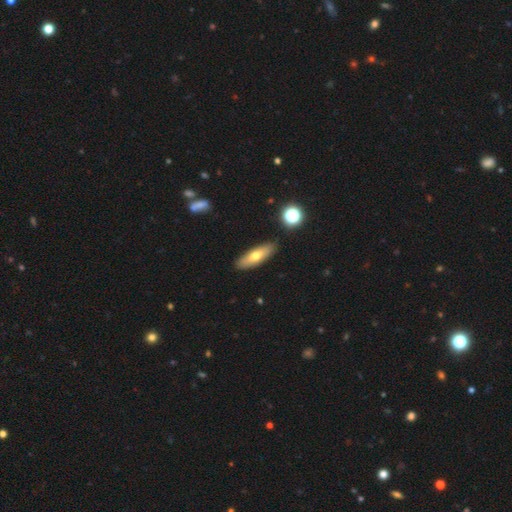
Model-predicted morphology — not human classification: type=smooth (63%); roundness=cigar-shaped (49%); merging=none (88%).